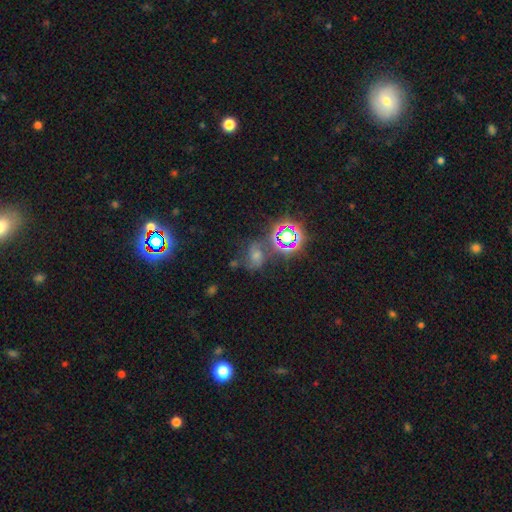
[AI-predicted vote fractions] The model was most divided on "smooth or featured": star or artifact: 39%, smooth: 34%, featured or disk: 26%.